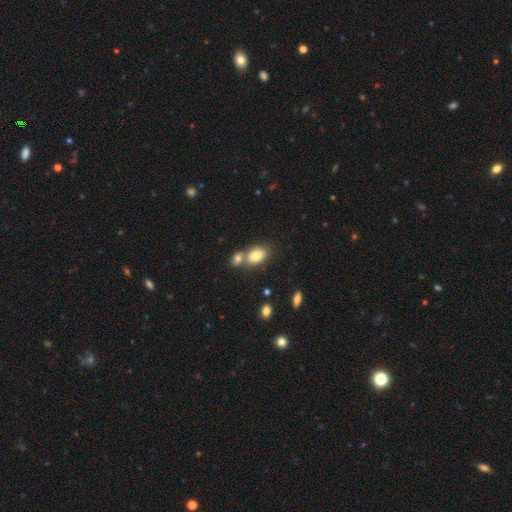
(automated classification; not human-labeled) Smooth or featured?
  - smooth: 79% *
  - featured or disk: 12%
  - star or artifact: 9%
How rounded?
  - in between: 83% *
  - round: 15%
  - cigar-shaped: 2%
Merging?
  - merger: 47% *
  - none: 40%
  - minor disturbance: 10%
  - major disturbance: 3%